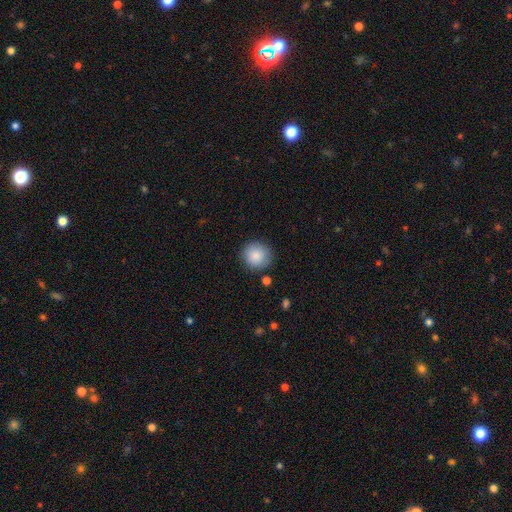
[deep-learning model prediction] This is clearly a smooth galaxy (88%). How rounded: clearly round (92%). Merging: clearly none (87%).